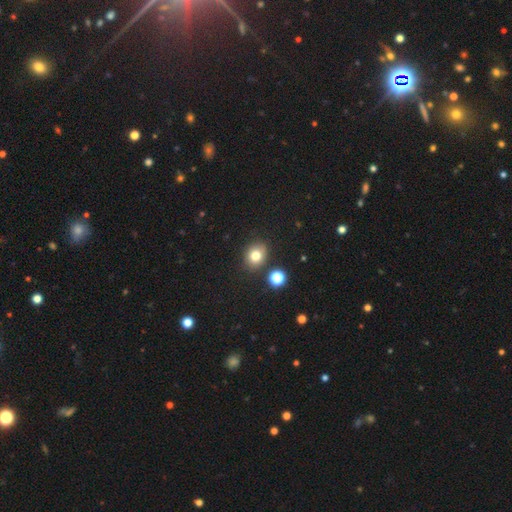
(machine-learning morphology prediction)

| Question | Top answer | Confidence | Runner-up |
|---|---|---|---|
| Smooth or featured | smooth | 78% | star or artifact (14%) |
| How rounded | round | 63% | in between (36%) |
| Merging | none | 81% | minor disturbance (11%) |